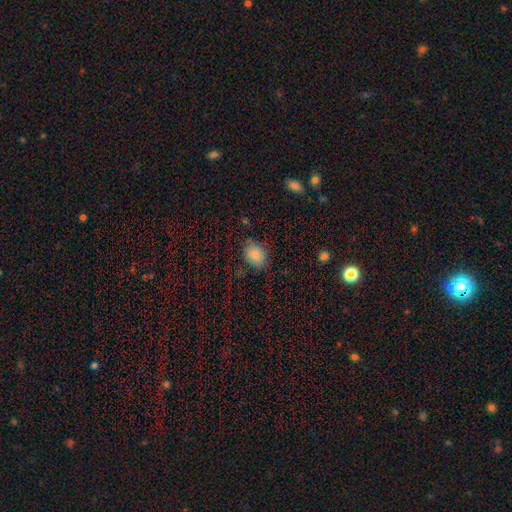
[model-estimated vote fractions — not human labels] This appears to be a smooth galaxy with no disk features (84%) that is in between round and cigar-shaped (57%). Merging: none (76%).